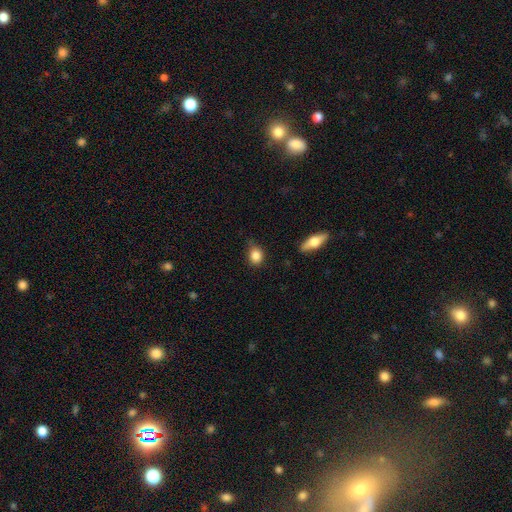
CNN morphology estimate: A smooth galaxy with no disk features (85%) that is round (54%). Merging: none (64%).